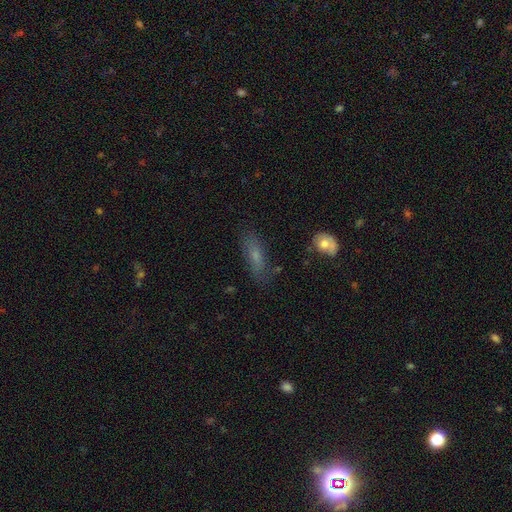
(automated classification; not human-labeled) This is likely a smooth galaxy (60%). How rounded: possibly in between (54%). Merging: likely none (69%).